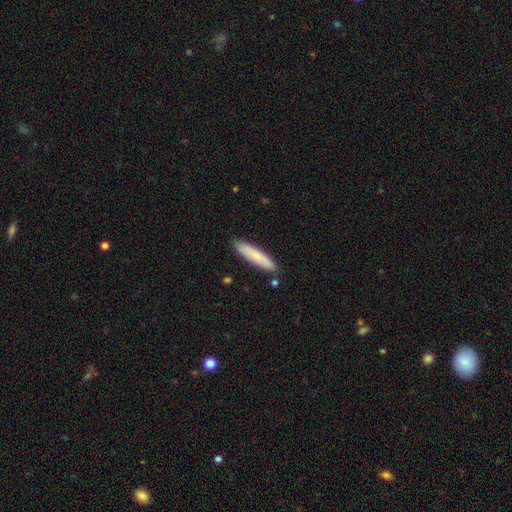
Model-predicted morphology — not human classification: This is likely a smooth galaxy (80%). How rounded: clearly cigar-shaped (82%). Merging: clearly none (86%).